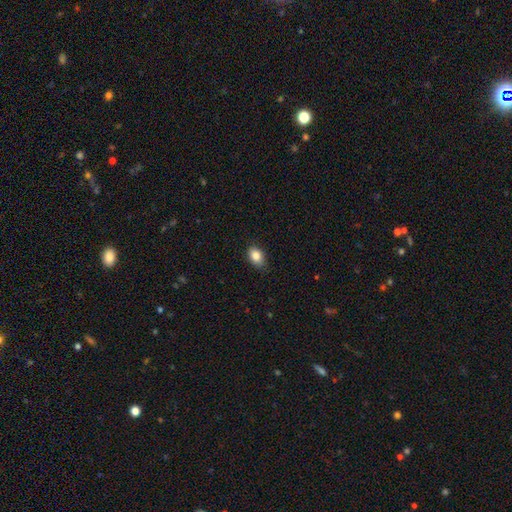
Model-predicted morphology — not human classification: Overall: smooth (85%). How rounded: in between (83%). Merging: none (82%).